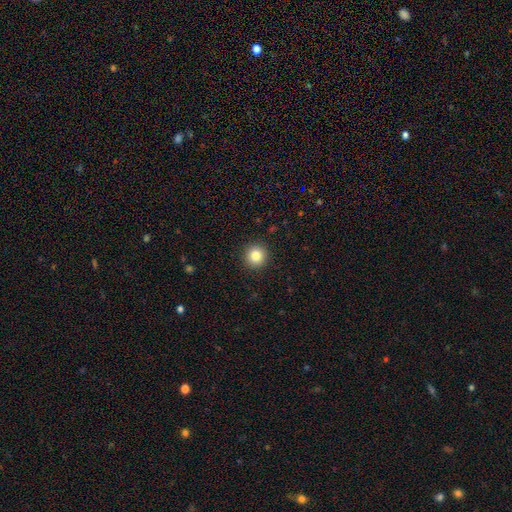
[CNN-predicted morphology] A smooth galaxy with no disk features (84%) that is round (94%).

Vote fractions:
- Smooth or featured? smooth: 84% / star or artifact: 10% / featured or disk: 6%
- How rounded? round: 94% / in between: 5% / cigar-shaped: 1%
- Merging? none: 92% / minor disturbance: 5% / major disturbance: 2% / merger: 1%